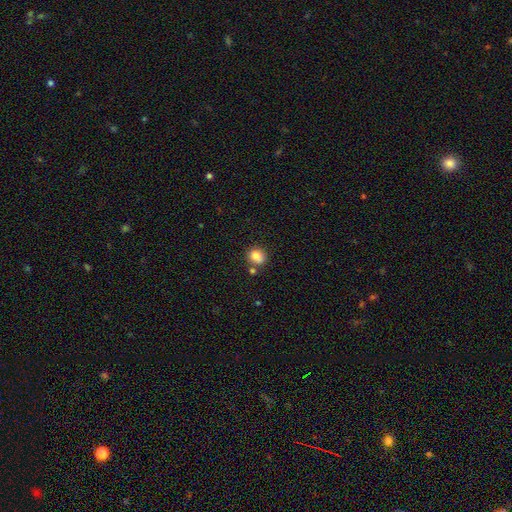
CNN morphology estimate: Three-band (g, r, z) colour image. It shows a smooth galaxy with no disk features (82%) that is round (73%). Merging: none (72%).